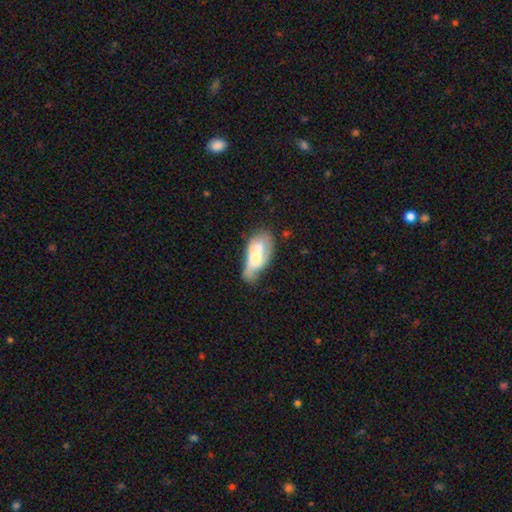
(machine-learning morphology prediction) smooth-or-featured: smooth: 55% | featured or disk: 37% | star or artifact: 8%
  how-rounded: in between: 81% | cigar-shaped: 16% | round: 3%
  merging: minor disturbance: 35% | none: 33% | major disturbance: 24% | merger: 9%